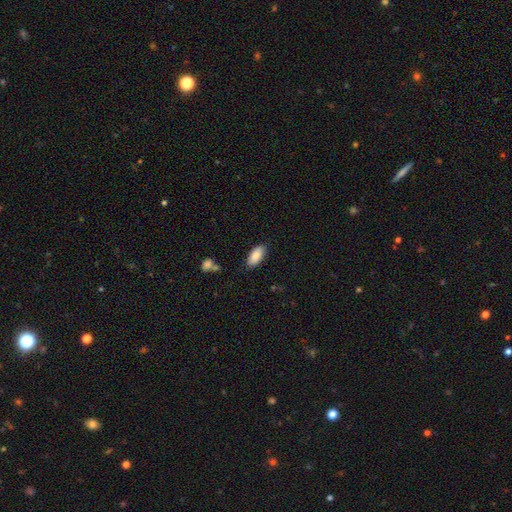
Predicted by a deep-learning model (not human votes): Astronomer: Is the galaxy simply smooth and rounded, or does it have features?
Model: smooth — 87%.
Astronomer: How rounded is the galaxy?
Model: in between — 88%.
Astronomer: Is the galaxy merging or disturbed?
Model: none — 85%.